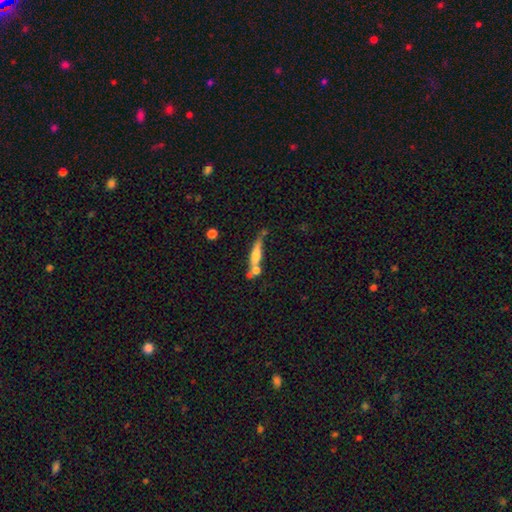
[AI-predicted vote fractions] Overall: smooth (55%; featured or disk 37%). How rounded: cigar-shaped (82%). Merging: none (49%; merger 26%).